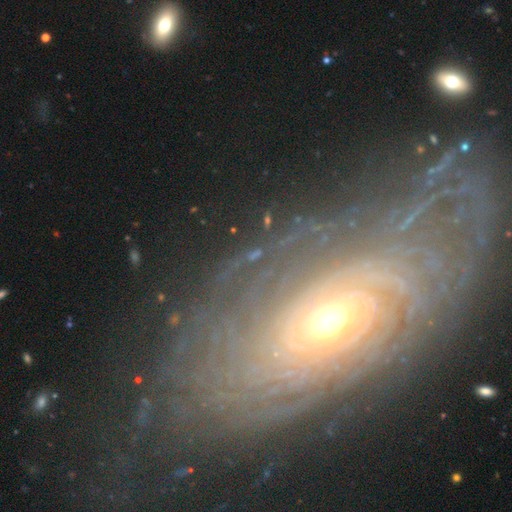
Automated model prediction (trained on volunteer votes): The model was most divided on "spiral arm count": more than 4: 33%, can't tell: 27%, 4: 12%, 3: 10%, 2: 10%, 1: 8%. More confident: spiral arms — yes (94%); edge-on disk — no (93%); spiral winding — tight (86%); smooth or featured — featured or disk (81%); merging — none (81%); bar — no (65%); bulge size — moderate (57%).